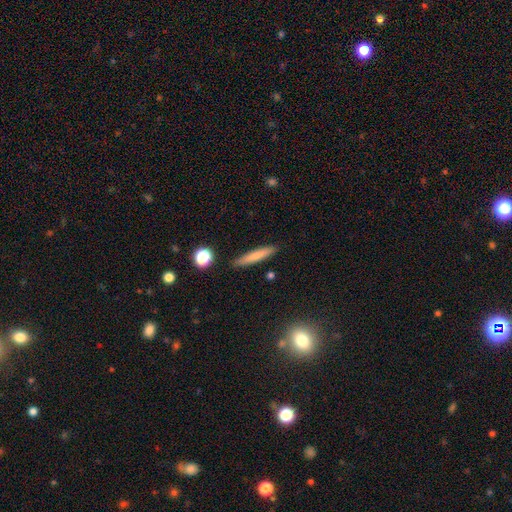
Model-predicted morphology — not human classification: This is likely a smooth galaxy (73%). How rounded: clearly cigar-shaped (93%). Merging: clearly none (89%).